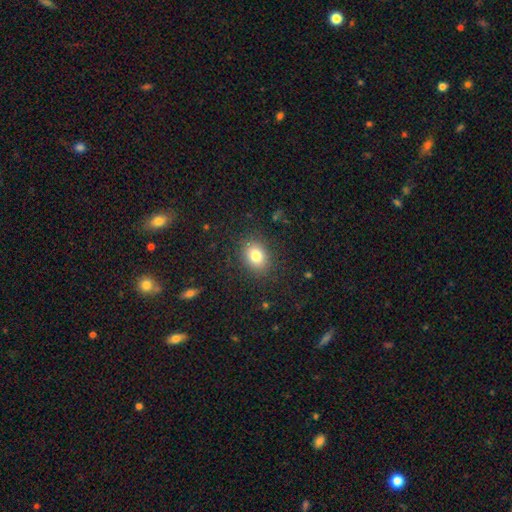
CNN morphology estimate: A smooth galaxy with no disk features (80%) that is in between round and cigar-shaped (57%).

Vote fractions:
- Smooth or featured? smooth: 80% / star or artifact: 11% / featured or disk: 9%
- How rounded? in between: 57% / round: 42% / cigar-shaped: 1%
- Merging? none: 87% / minor disturbance: 9% / major disturbance: 4% / merger: 1%